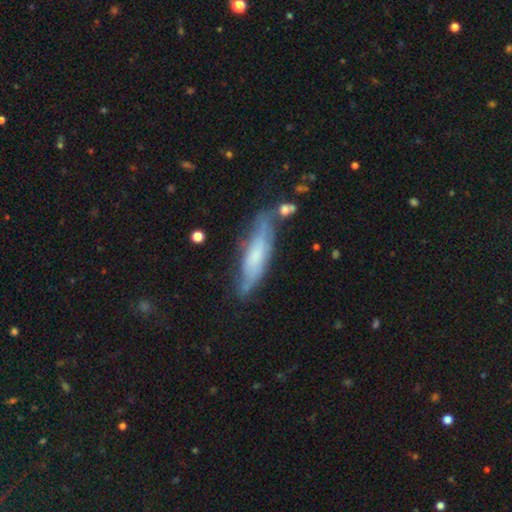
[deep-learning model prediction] Morphology: type=smooth (49%); merging=none (63%).